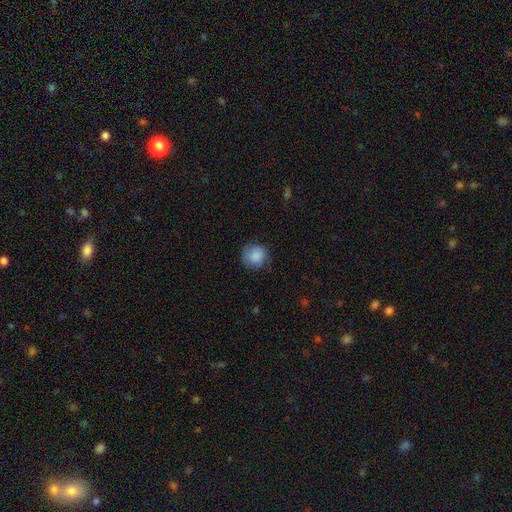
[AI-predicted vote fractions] Morphology: type=smooth (84%); roundness=round (87%); merging=none (70%).